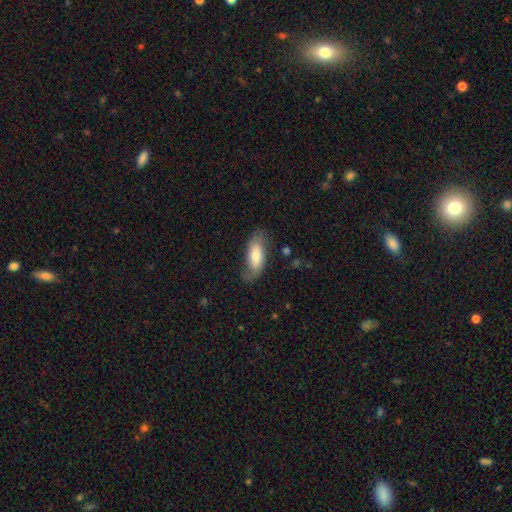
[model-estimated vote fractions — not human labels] Overall: smooth (56%; featured or disk 37%). How rounded: in between (80%). Merging: none (66%).